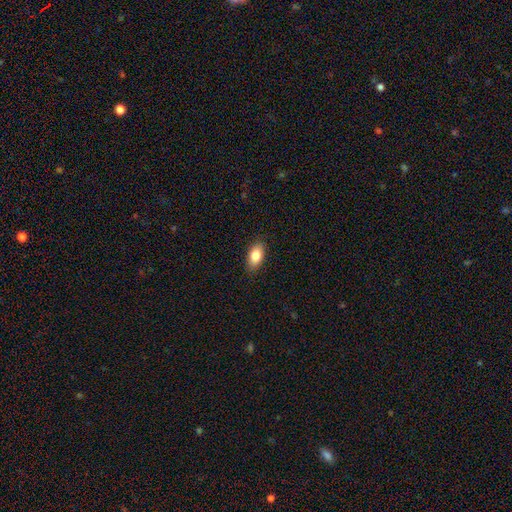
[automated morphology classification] type=smooth (83%); roundness=in between (90%); merging=none (86%).